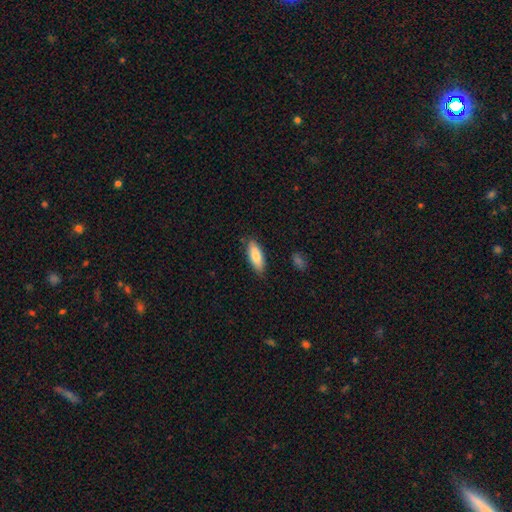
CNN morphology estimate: This is clearly a smooth galaxy (83%). How rounded: likely in between (71%). Merging: clearly none (82%).